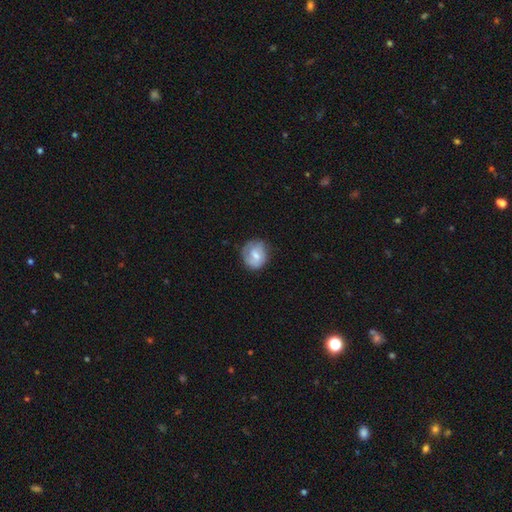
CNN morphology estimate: type=smooth (58%); roundness=round (73%); merging=none (67%).